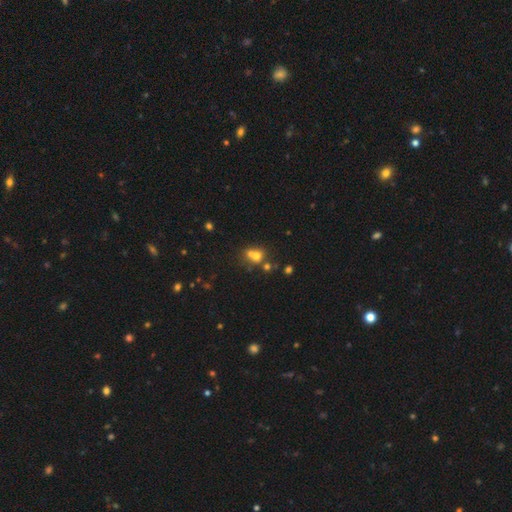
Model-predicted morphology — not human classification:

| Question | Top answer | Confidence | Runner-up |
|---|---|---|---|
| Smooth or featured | smooth | 63% | featured or disk (19%) |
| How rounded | round | 71% | in between (28%) |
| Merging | merger | 54% | none (34%) |